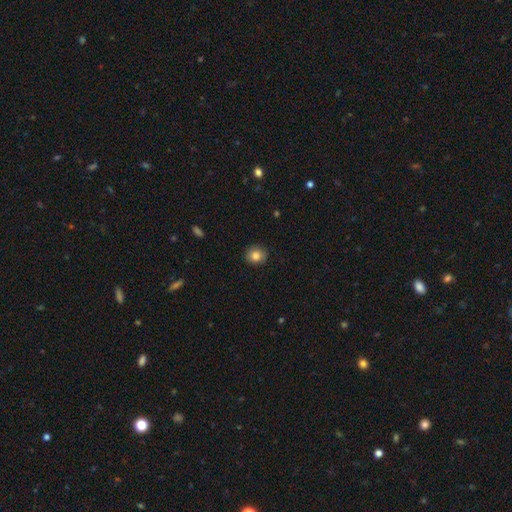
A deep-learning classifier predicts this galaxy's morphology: Smooth or featured? Predicted: smooth (p=0.83). How rounded? Predicted: round (p=0.79). Merging? Predicted: none (p=0.88).